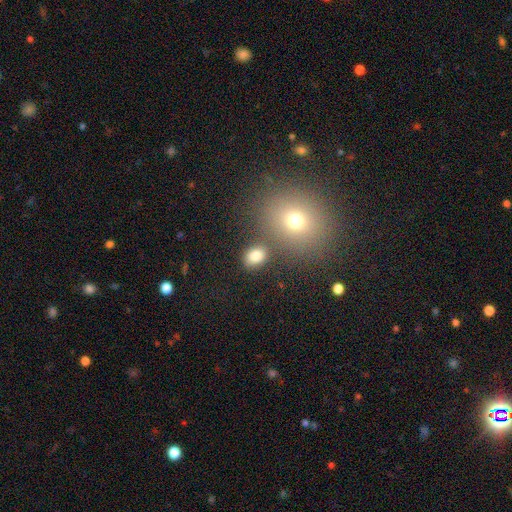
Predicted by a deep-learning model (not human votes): smooth_or_featured: smooth (p=0.80) [alt: star or artifact p=0.13]
how_rounded: in between (p=0.60) [alt: round p=0.39]
merging: none (p=0.73) [alt: merger p=0.12]